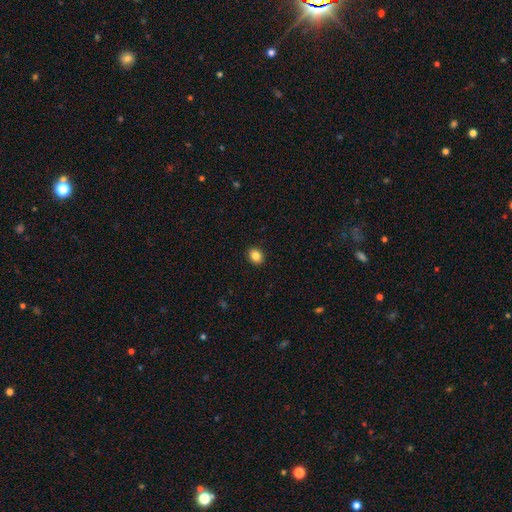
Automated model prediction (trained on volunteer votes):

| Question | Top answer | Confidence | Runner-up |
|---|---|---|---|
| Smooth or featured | smooth | 85% | star or artifact (10%) |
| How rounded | round | 54% | in between (46%) |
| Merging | none | 92% | minor disturbance (6%) |